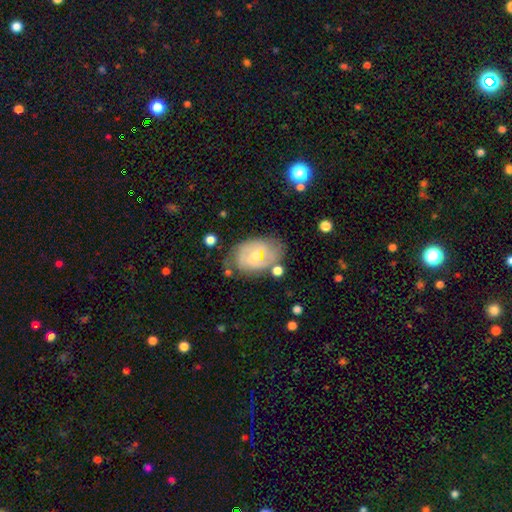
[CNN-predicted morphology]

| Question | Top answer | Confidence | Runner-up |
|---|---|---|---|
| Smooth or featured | featured or disk | 57% | smooth (35%) |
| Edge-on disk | no | 95% | yes (5%) |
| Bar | weak | 46% | no (42%) |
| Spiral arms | yes | 59% | no (41%) |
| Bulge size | moderate | 57% | small (36%) |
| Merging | none | 58% | minor disturbance (26%) |